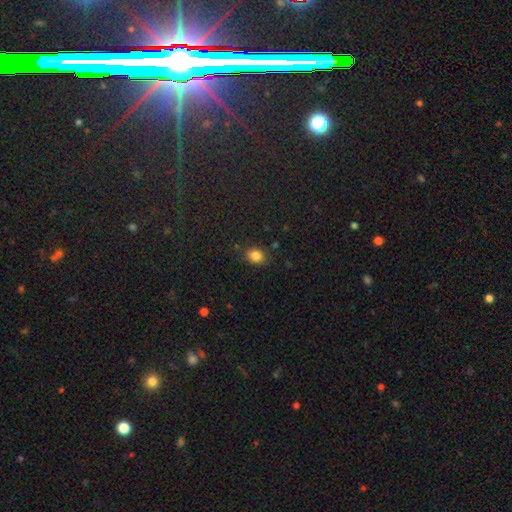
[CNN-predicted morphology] This is clearly a smooth galaxy (83%). How rounded: possibly in between (52%). Merging: clearly none (81%).